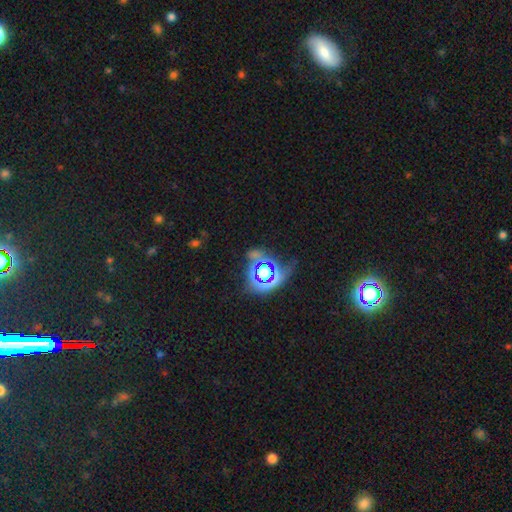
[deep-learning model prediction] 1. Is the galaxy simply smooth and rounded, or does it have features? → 72% star or artifact, 16% smooth, 12% featured or disk.